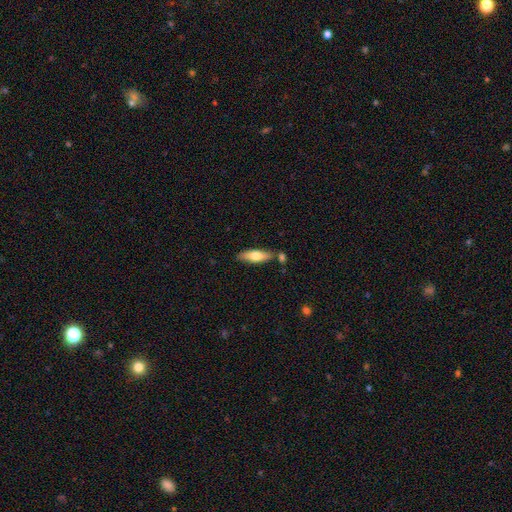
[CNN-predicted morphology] A smooth galaxy with no disk features (63%) that is in between round and cigar-shaped (50%). Merging: none (76%).